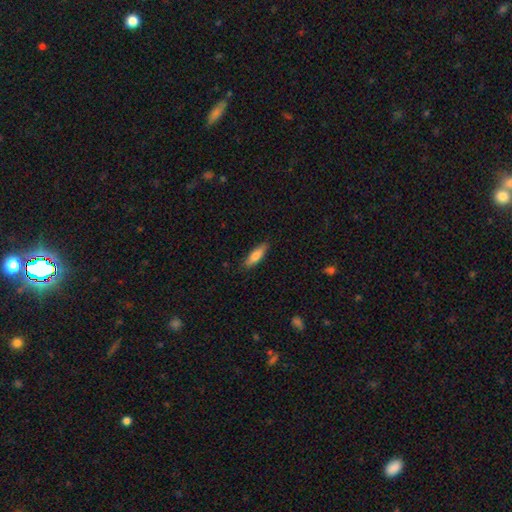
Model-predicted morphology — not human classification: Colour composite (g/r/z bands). It shows a smooth galaxy with no disk features (78%) that is cigar-shaped (52%). Merging: none (83%).